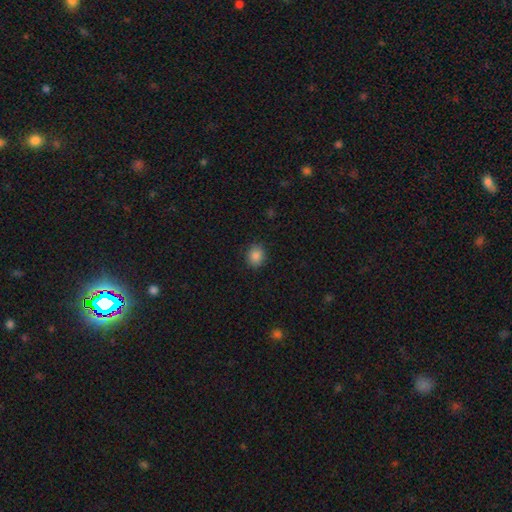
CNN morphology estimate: Smooth or featured? Predicted: smooth (p=0.86). How rounded? Predicted: round (p=0.70). Merging? Predicted: none (p=0.88).